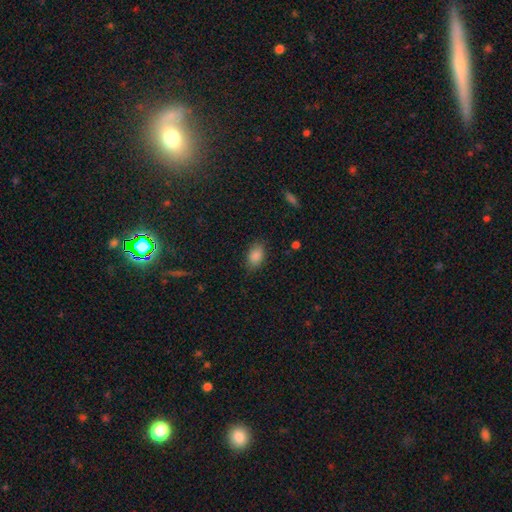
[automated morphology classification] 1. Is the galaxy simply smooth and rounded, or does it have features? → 87% smooth, 9% star or artifact, 5% featured or disk.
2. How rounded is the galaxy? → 86% in between, 12% round, 2% cigar-shaped.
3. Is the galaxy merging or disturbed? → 82% none, 14% minor disturbance, 3% major disturbance, 1% merger.